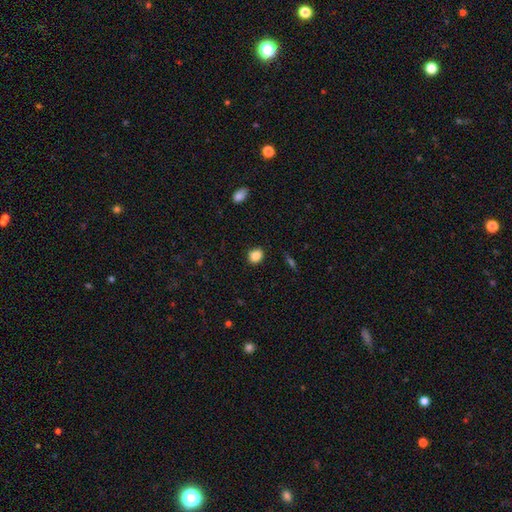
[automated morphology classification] smooth-or-featured: smooth: 86% | star or artifact: 10% | featured or disk: 5%
  how-rounded: round: 67% | in between: 31% | cigar-shaped: 1%
  merging: none: 86% | minor disturbance: 10% | major disturbance: 2% | merger: 1%